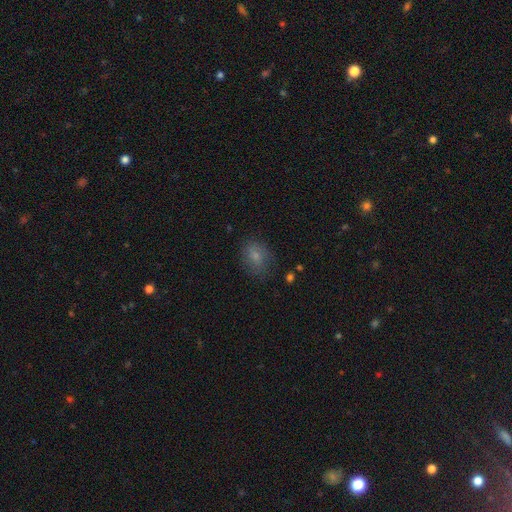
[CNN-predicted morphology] Smooth or featured? smooth (74%)
How rounded? in between (60%)
Merging? none (72%)